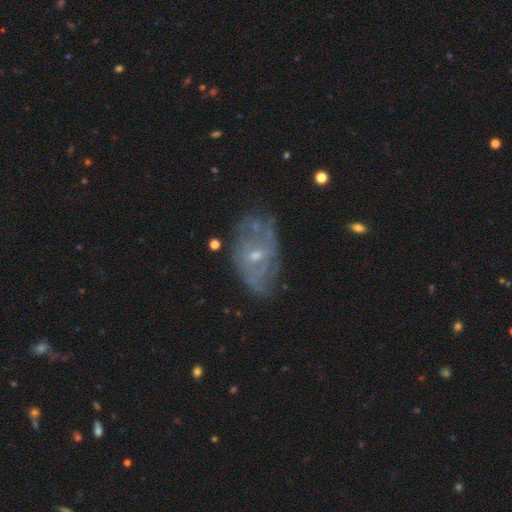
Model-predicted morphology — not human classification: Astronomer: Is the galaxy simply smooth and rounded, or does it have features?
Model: featured or disk — 70%.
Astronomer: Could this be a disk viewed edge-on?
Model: no — 94%.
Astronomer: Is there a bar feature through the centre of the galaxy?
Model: no — 60%.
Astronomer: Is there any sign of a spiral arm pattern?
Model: yes — 60% (runner-up: no, 40%).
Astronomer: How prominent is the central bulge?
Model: small — 60%.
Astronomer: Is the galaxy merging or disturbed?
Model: none — 59%.